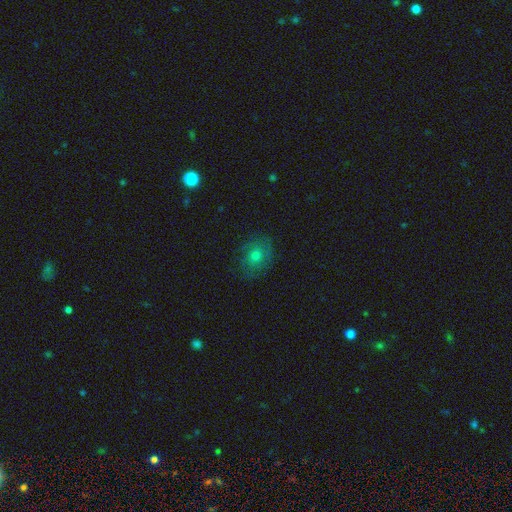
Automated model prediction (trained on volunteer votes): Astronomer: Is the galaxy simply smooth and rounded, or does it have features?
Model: smooth — 58%.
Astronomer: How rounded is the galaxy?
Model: round — 61% (runner-up: in between, 38%).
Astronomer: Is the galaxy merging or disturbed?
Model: none — 76%.